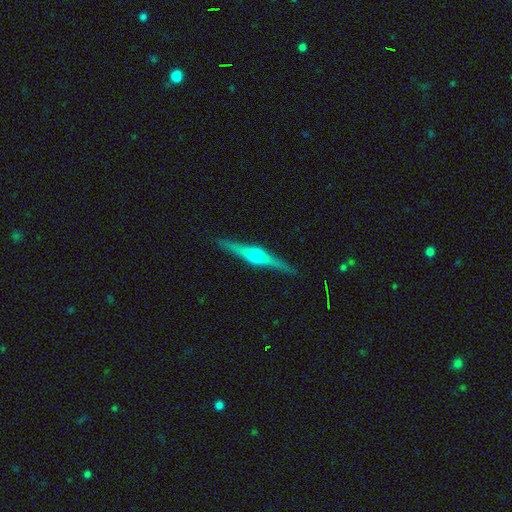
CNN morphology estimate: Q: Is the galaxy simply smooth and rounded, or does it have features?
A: featured or disk — 79%.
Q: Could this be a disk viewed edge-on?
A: yes — 98%.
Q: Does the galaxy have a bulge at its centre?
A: rounded — 93%.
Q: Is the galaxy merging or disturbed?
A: none — 91%.